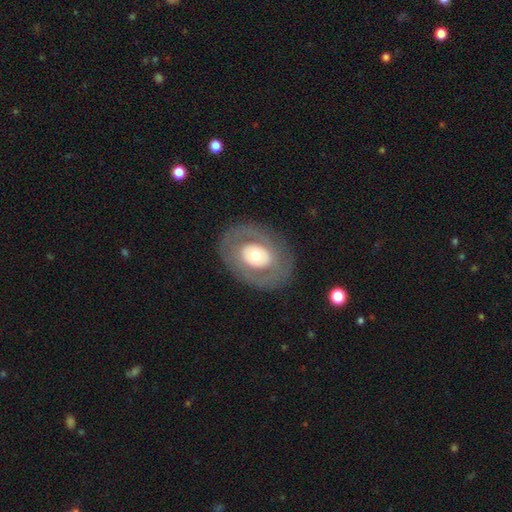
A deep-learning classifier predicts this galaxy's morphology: This appears to be a featured or disk galaxy (55%) with no bar (84%), no spiral arms (83%) and a moderate central bulge (55%). Merging: none (80%).